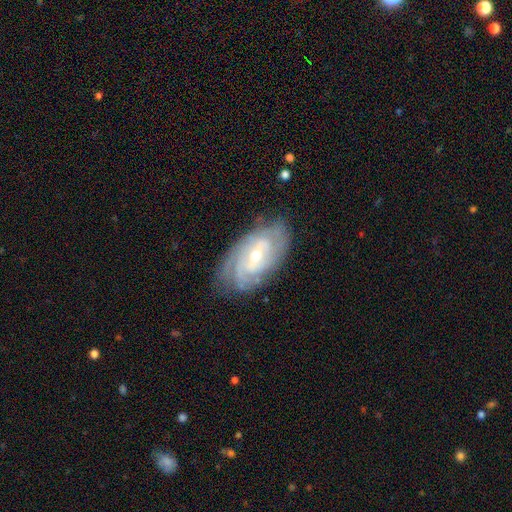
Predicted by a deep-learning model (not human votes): smooth_or_featured: featured or disk (p=0.84) [alt: smooth p=0.11]
disk_edge_on: no (p=0.94) [alt: yes p=0.06]
bar: weak (p=0.49) [alt: no p=0.31]
has_spiral_arms: yes (p=0.93) [alt: no p=0.07]
spiral_winding: tight (p=0.68) [alt: medium p=0.26]
spiral_arm_count: can't tell (p=0.38) [alt: 2 p=0.22]
bulge_size: small (p=0.49) [alt: moderate p=0.48]
merging: none (p=0.75) [alt: minor disturbance p=0.18]